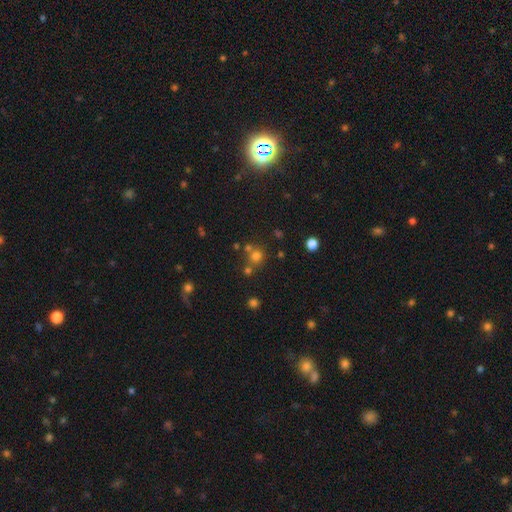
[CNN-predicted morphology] Smooth or featured: smooth — 70% (star or artifact — 22%)
How rounded: round — 88% (in between — 11%)
Merging: none — 65% (merger — 23%)